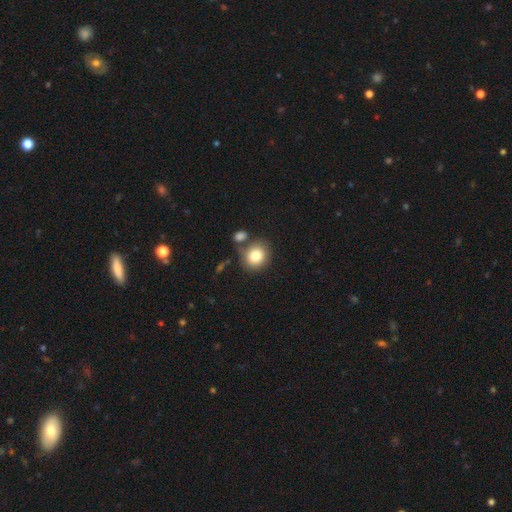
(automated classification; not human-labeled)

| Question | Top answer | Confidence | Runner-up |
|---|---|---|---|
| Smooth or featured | smooth | 82% | featured or disk (9%) |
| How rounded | round | 78% | in between (21%) |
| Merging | none | 63% | merger (20%) |